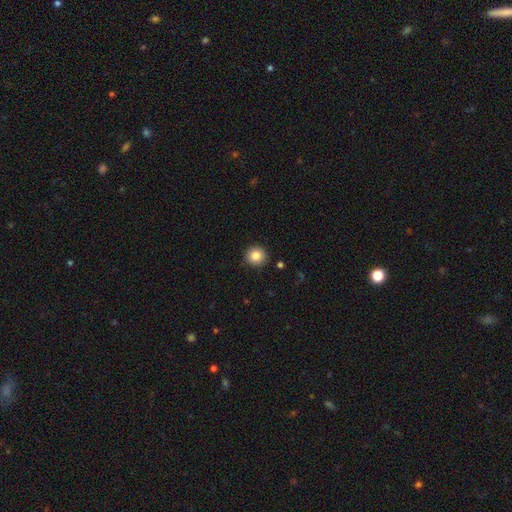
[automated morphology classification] The model was most divided on "smooth or featured": smooth: 85%, star or artifact: 10%, featured or disk: 5%. More confident: how rounded — round (94%); merging — none (91%).